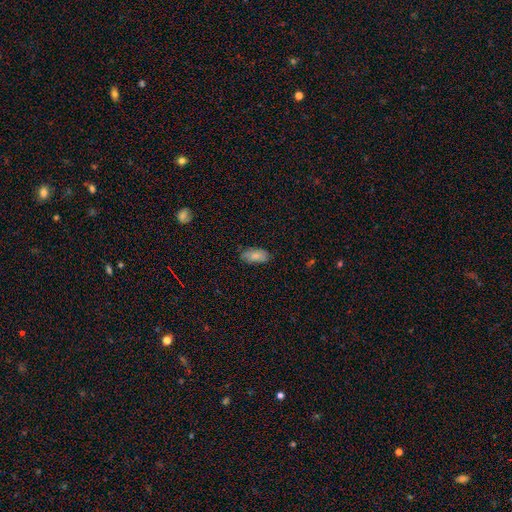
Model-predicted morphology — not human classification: smooth-or-featured: smooth: 79% | featured or disk: 13% | star or artifact: 8%
  how-rounded: in between: 92% | cigar-shaped: 5% | round: 3%
  merging: none: 78% | minor disturbance: 18% | major disturbance: 3% | merger: 1%